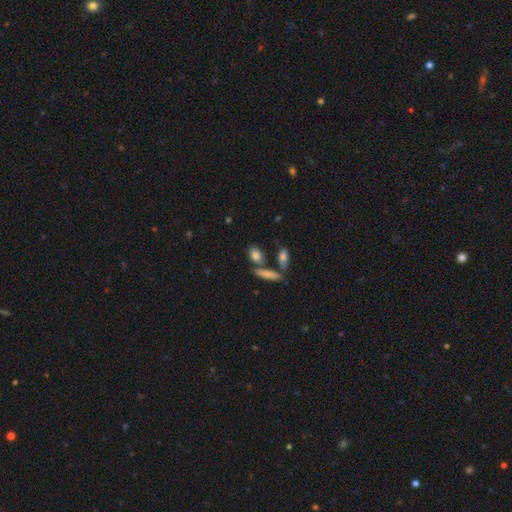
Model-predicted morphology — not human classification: This appears to be a smooth galaxy with no disk features (79%) that is in between round and cigar-shaped (70%). Merging: none (62%).